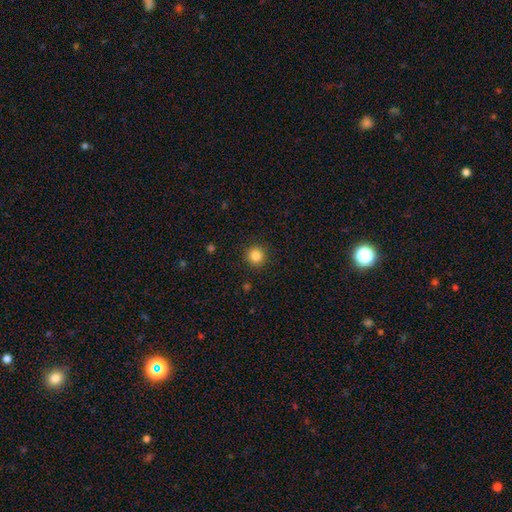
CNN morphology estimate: Smooth or featured? smooth (84%)
How rounded? round (94%)
Merging? none (91%)